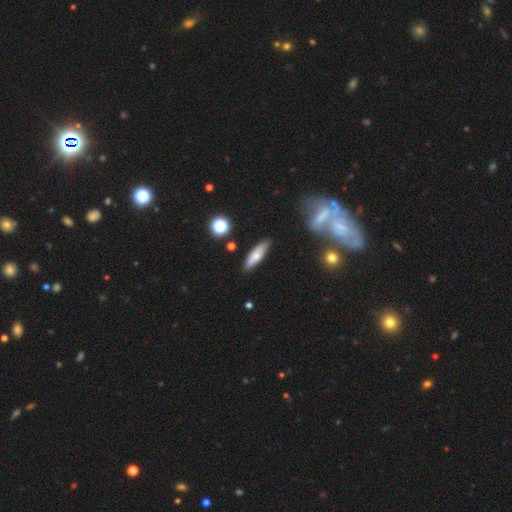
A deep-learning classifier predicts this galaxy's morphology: This appears to be a smooth galaxy with no disk features (72%) that is cigar-shaped (59%). Merging: none (83%).